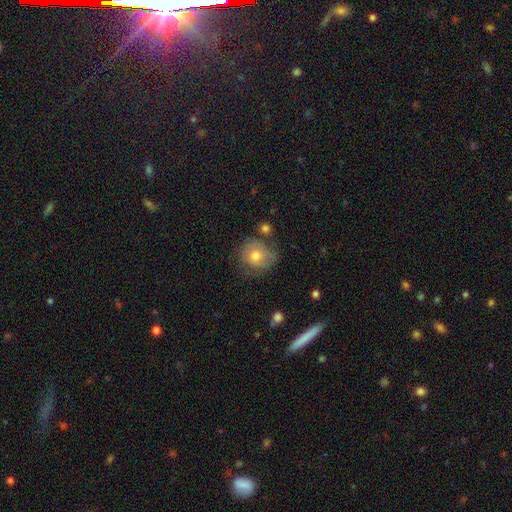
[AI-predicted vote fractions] Overall: smooth (55%; featured or disk 36%). How rounded: round (83%). Merging: none (60%; minor disturbance 24%).